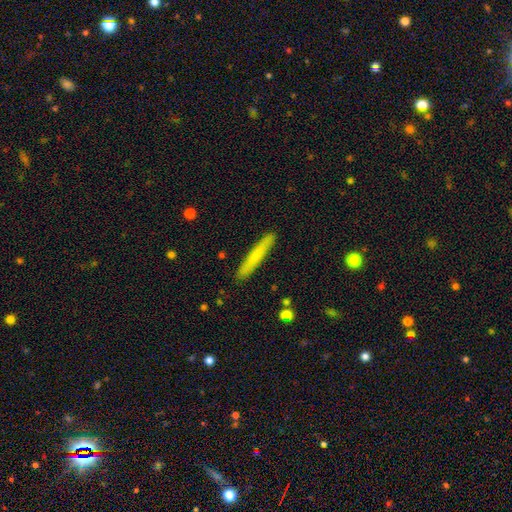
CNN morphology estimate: Overall: smooth (70%). How rounded: cigar-shaped (96%). Merging: none (90%).